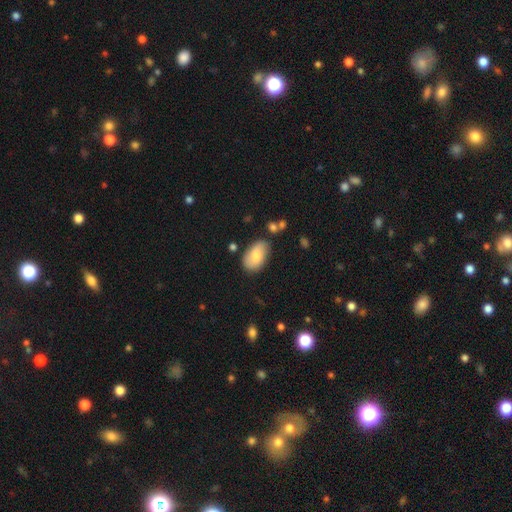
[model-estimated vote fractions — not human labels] Overall: smooth (74%). How rounded: in between (93%). Merging: none (72%).